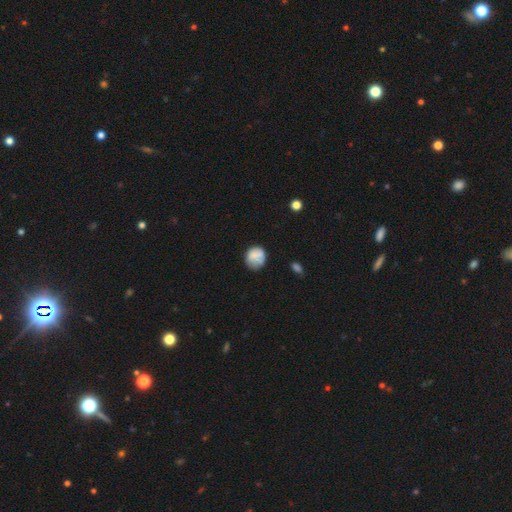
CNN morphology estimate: smooth_or_featured: smooth (p=0.76) [alt: featured or disk p=0.16]
how_rounded: round (p=0.78) [alt: in between p=0.21]
merging: none (p=0.62) [alt: minor disturbance p=0.26]